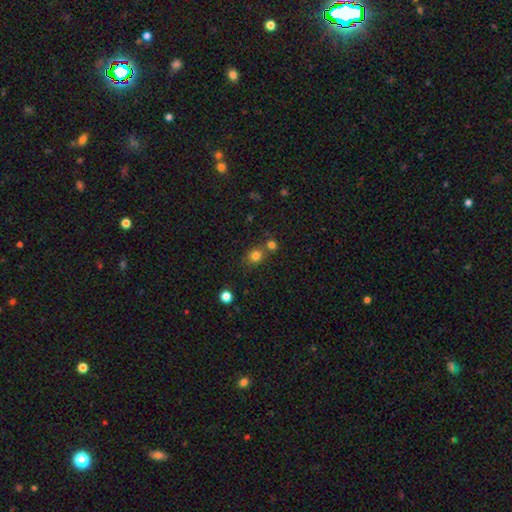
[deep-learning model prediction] Q: Smooth or featured?
A: smooth (79%); runner-up: star or artifact (15%)
Q: How rounded?
A: round (78%); runner-up: in between (21%)
Q: Merging?
A: none (65%); runner-up: merger (23%)